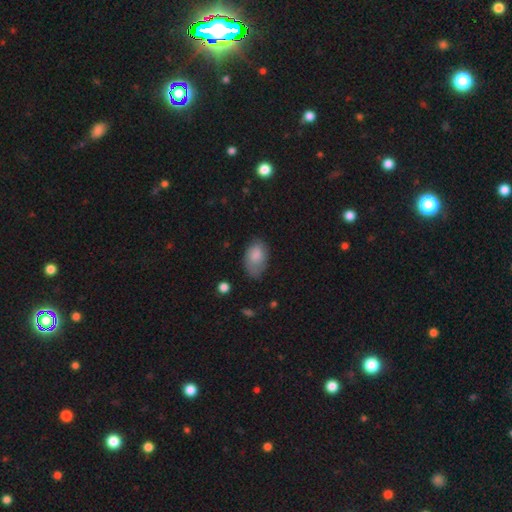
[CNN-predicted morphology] smooth_or_featured: smooth (p=0.81) [alt: featured or disk p=0.11]
how_rounded: in between (p=0.90) [alt: round p=0.09]
merging: none (p=0.55) [alt: minor disturbance p=0.32]